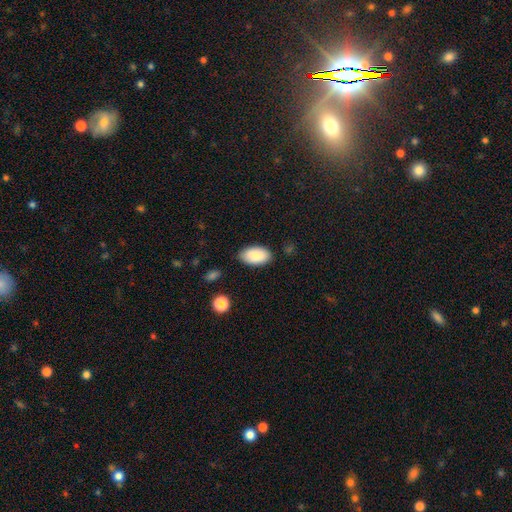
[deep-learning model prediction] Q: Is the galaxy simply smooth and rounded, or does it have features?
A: smooth — 87%.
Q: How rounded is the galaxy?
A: in between — 95%.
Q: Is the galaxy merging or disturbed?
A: none — 83%.